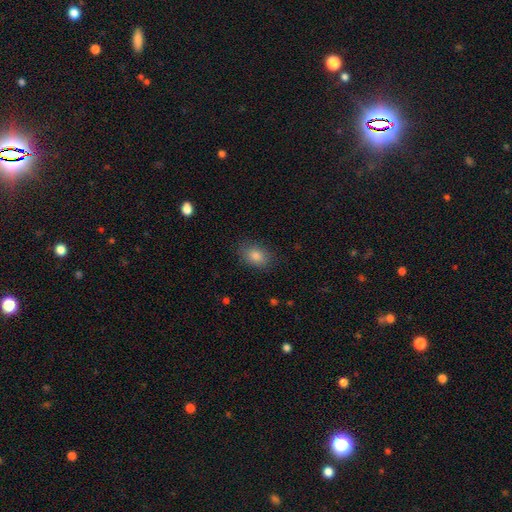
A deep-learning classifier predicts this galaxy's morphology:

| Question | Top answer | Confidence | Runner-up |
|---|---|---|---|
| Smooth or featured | smooth | 82% | star or artifact (11%) |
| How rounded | in between | 79% | round (20%) |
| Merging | none | 84% | minor disturbance (12%) |